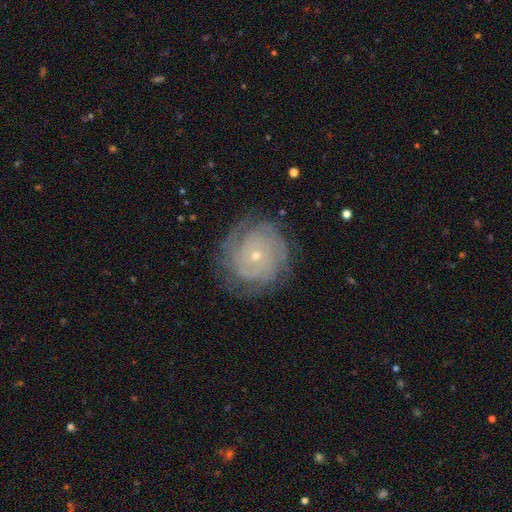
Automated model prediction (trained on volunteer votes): Smooth or featured? featured or disk (80%)
Edge-on disk? no (97%)
Bar? no (83%)
Spiral arms? yes (94%)
Spiral winding? tight (79%)
Spiral arm count? can't tell (38%)
Bulge size? small (79%)
Merging? none (78%)